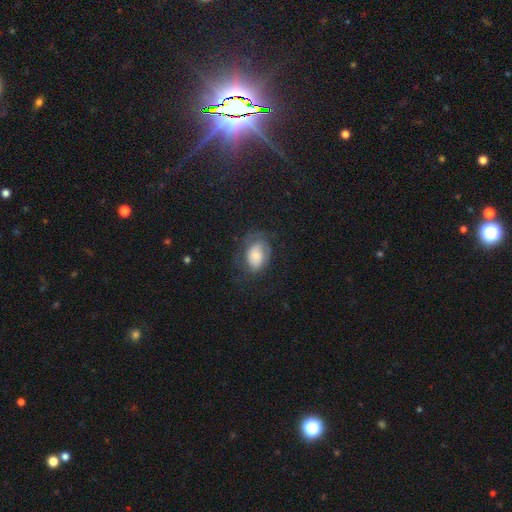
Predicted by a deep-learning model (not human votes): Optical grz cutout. It shows a featured or disk galaxy (47%). Merging: none (55%).